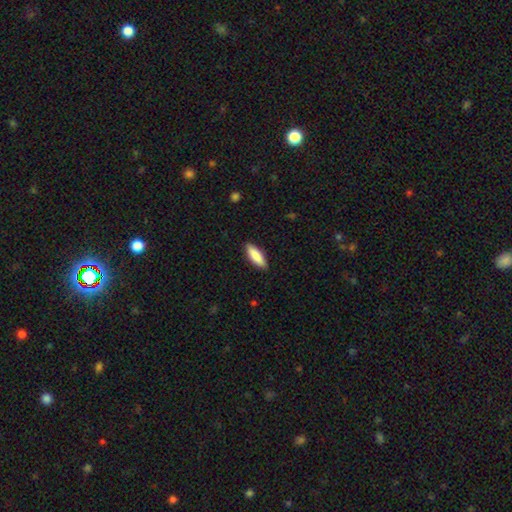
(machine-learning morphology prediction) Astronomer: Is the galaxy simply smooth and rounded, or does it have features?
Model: smooth — 86%.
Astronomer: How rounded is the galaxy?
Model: in between — 53% (runner-up: cigar-shaped, 45%).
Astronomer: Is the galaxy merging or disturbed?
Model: none — 88%.